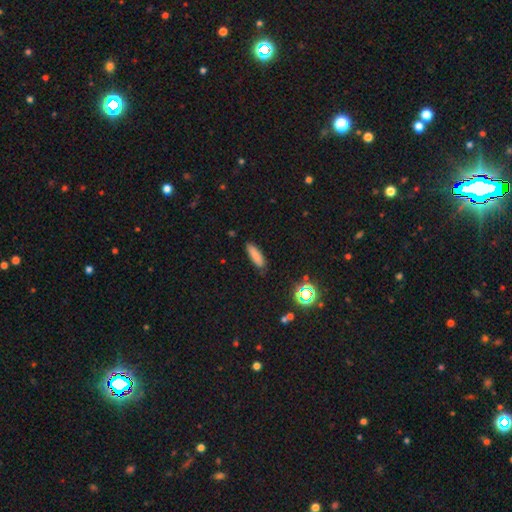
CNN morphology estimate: Q: Smooth or featured?
A: smooth (81%); runner-up: star or artifact (11%)
Q: How rounded?
A: cigar-shaped (56%); runner-up: in between (42%)
Q: Merging?
A: none (85%); runner-up: minor disturbance (11%)